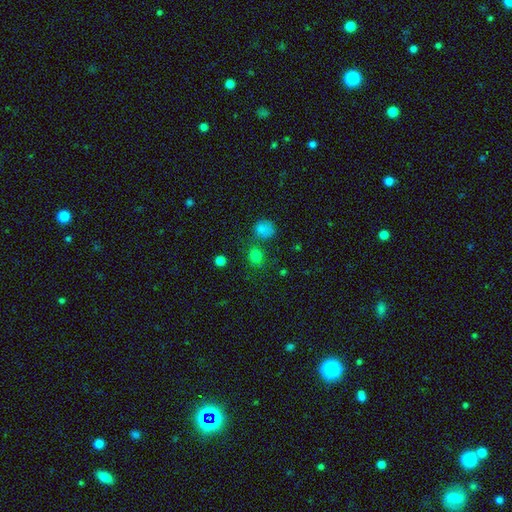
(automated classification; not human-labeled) Smooth or featured: smooth — 77% (star or artifact — 17%)
How rounded: round — 75% (in between — 23%)
Merging: none — 70% (merger — 14%)